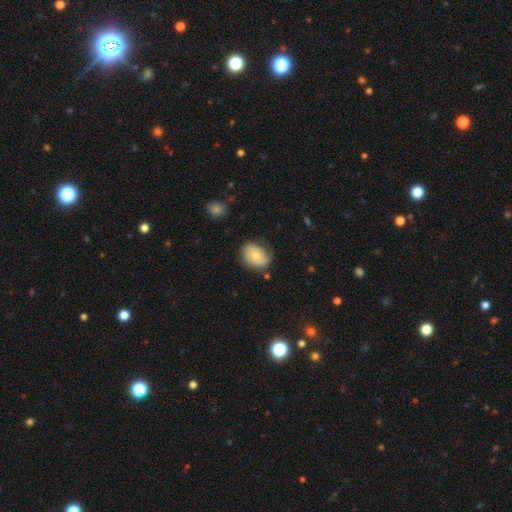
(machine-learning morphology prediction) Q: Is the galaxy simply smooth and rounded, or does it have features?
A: smooth — 50%.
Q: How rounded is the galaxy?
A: in between — 63%.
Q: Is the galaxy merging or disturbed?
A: none — 66%.